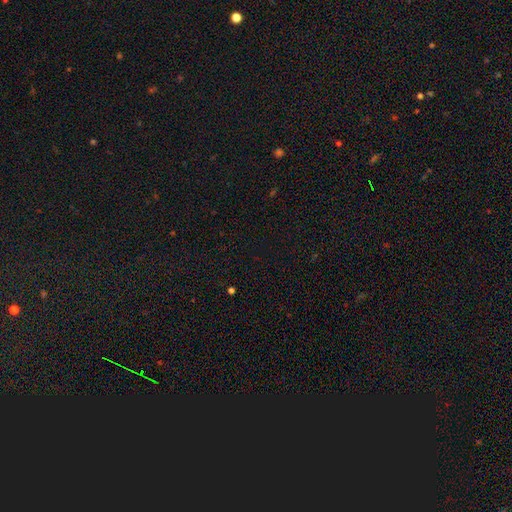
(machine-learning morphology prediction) type=star or artifact (69%).